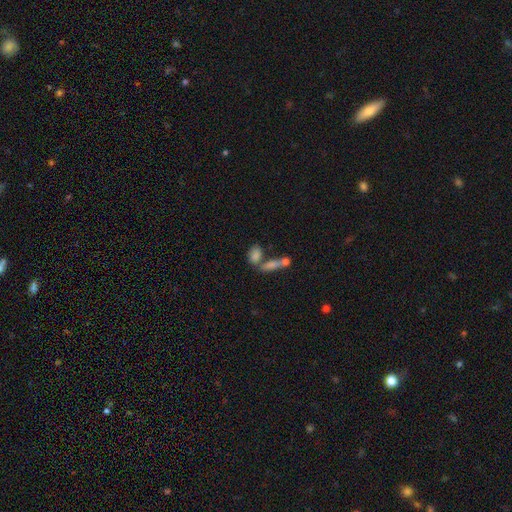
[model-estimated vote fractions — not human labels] Smooth or featured? smooth (76%)
How rounded? in between (75%)
Merging? none (42%)